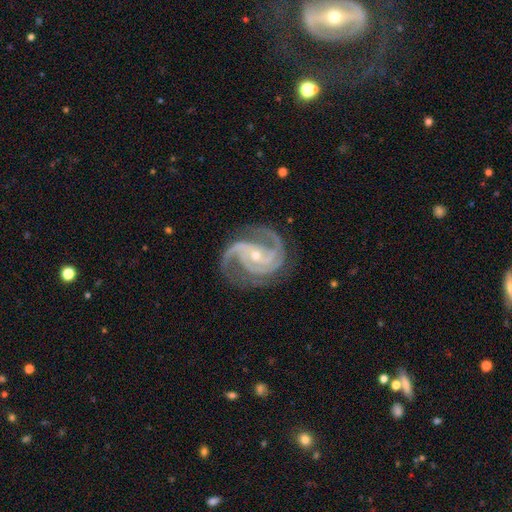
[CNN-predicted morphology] featured or disk 94%, star or artifact 4%, smooth 2%. Down the decision tree: edge-on disk — no (98%); bar — no (55%); spiral arms — yes (99%); spiral arm count — 3 (57%); spiral winding — medium (52%); bulge size — small (71%); merging — none (75%).